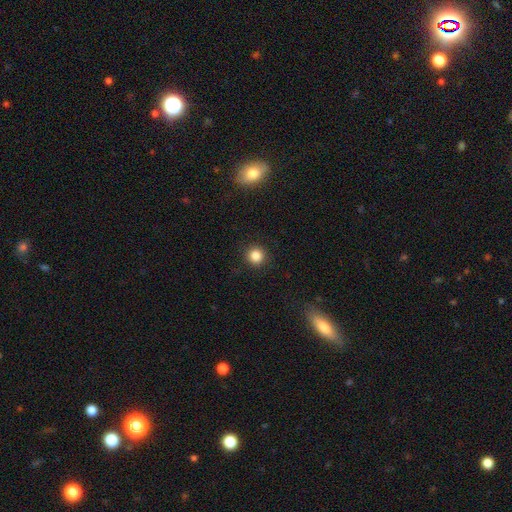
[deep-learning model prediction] This is clearly a smooth galaxy (85%). How rounded: clearly round (93%). Merging: clearly none (91%).